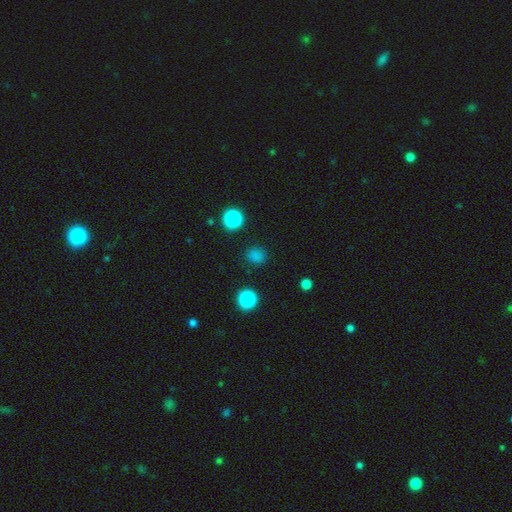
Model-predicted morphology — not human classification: smooth 76%, star or artifact 21%, featured or disk 4%. Down the decision tree: how rounded — round (84%); merging — none (87%).